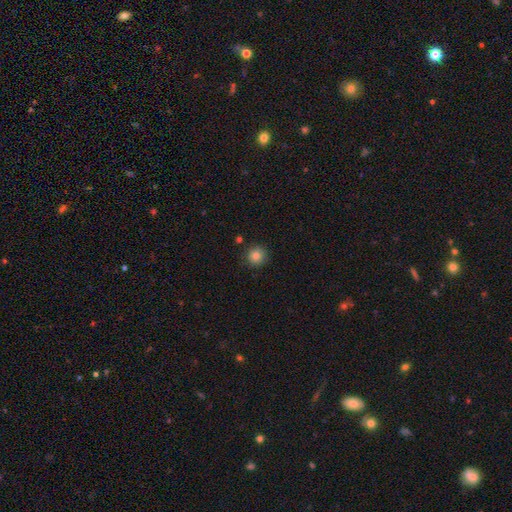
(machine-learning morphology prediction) Smooth or featured? Predicted: smooth (p=0.85). How rounded? Predicted: round (p=0.94). Merging? Predicted: none (p=0.88).